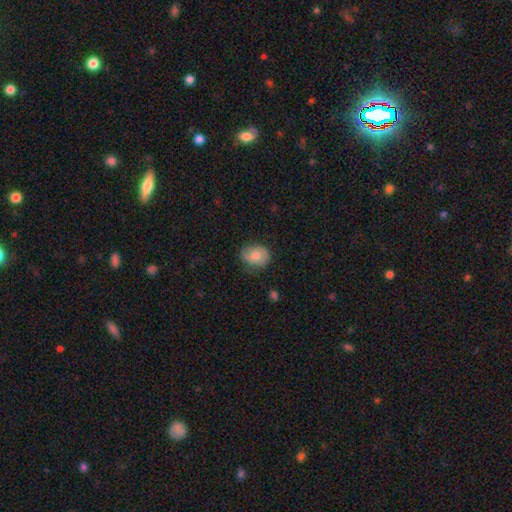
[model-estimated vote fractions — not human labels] Smooth or featured? smooth (70%)
How rounded? round (51%)
Merging? none (72%)